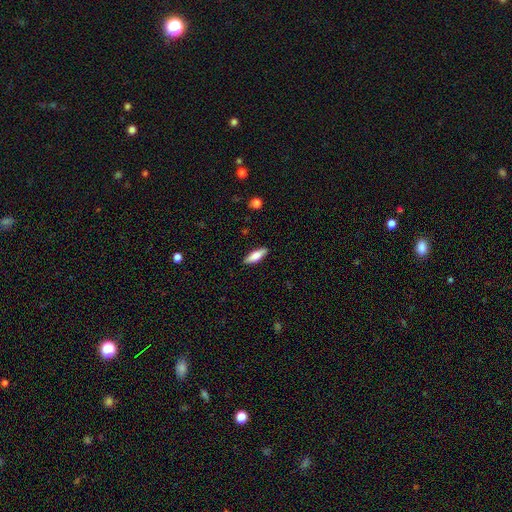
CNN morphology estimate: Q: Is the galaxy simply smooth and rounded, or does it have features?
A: smooth — 70%.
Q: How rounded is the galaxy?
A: in between — 54%.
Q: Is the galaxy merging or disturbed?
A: none — 88%.